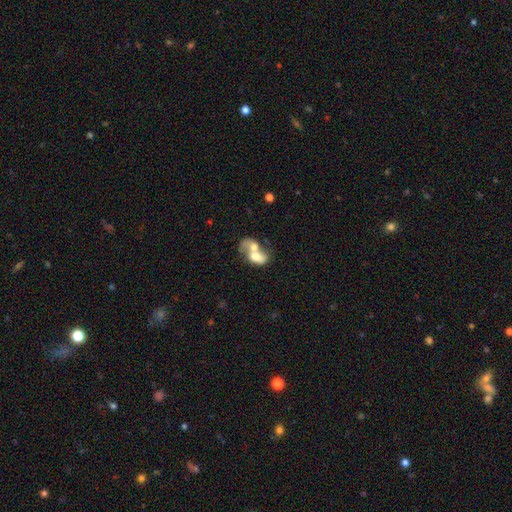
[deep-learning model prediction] Smooth or featured?
  - smooth: 51% *
  - featured or disk: 41%
  - star or artifact: 8%
How rounded?
  - in between: 75% *
  - round: 23%
  - cigar-shaped: 2%
Merging?
  - merger: 77% *
  - major disturbance: 9%
  - none: 9%
  - minor disturbance: 5%